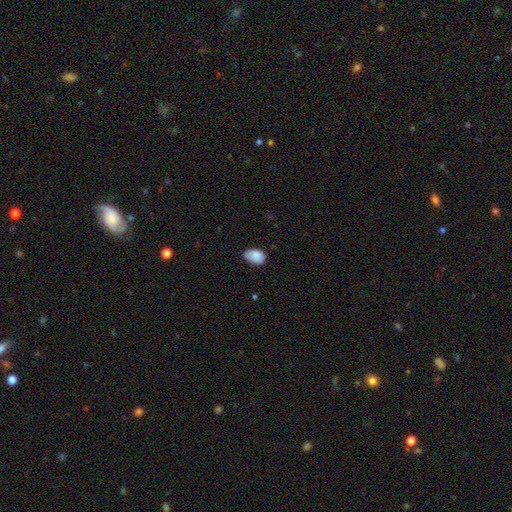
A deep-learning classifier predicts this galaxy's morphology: Smooth or featured? smooth (84%)
How rounded? in between (86%)
Merging? none (60%)